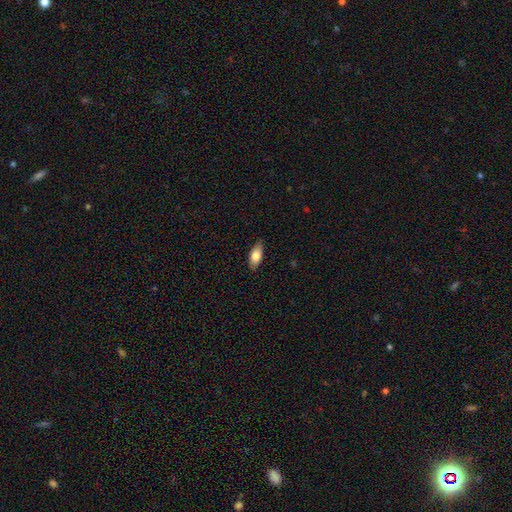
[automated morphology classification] A smooth galaxy with no disk features (81%) that is in between round and cigar-shaped (86%). Merging: none (84%).